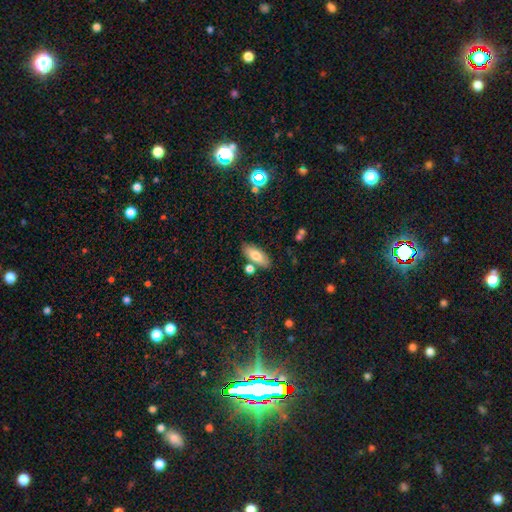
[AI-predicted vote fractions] smooth 76%, featured or disk 16%, star or artifact 7%. Down the decision tree: how rounded — in between (78%); merging — none (76%).